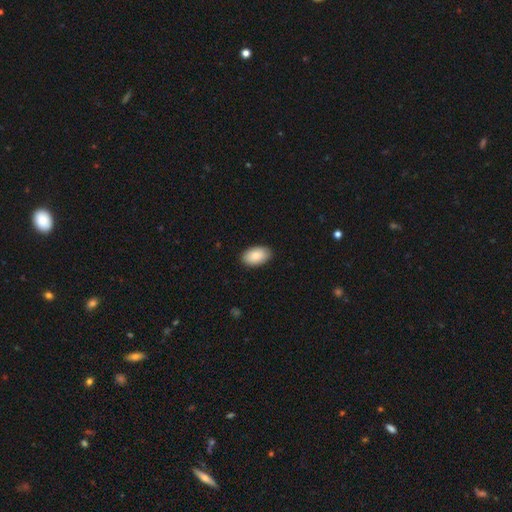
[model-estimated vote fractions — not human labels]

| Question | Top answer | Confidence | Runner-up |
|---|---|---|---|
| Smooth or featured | smooth | 88% | featured or disk (7%) |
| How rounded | in between | 94% | round (5%) |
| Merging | none | 89% | minor disturbance (9%) |